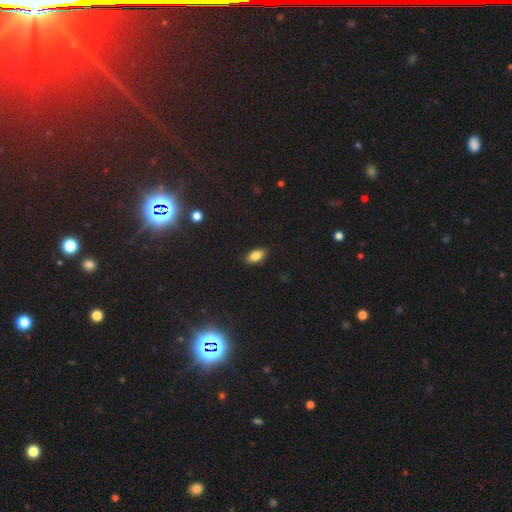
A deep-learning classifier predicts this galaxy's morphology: smooth-or-featured: smooth: 82% | featured or disk: 9% | star or artifact: 9%
  how-rounded: in between: 88% | cigar-shaped: 8% | round: 3%
  merging: none: 87% | minor disturbance: 10% | major disturbance: 2% | merger: 1%